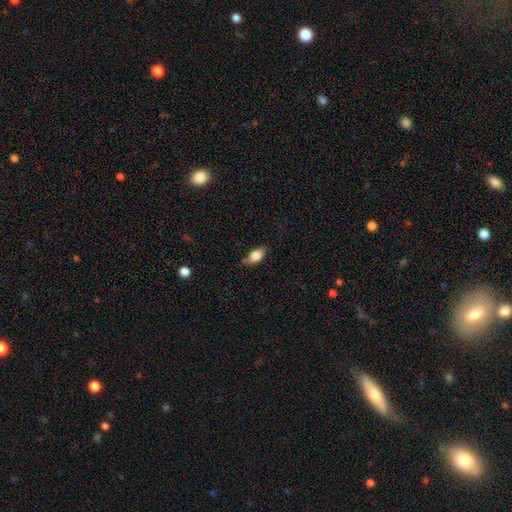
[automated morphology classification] The model was most divided on "merging": none: 71%, minor disturbance: 22%, major disturbance: 4%, merger: 2%. More confident: how rounded — in between (87%); smooth or featured — smooth (78%).